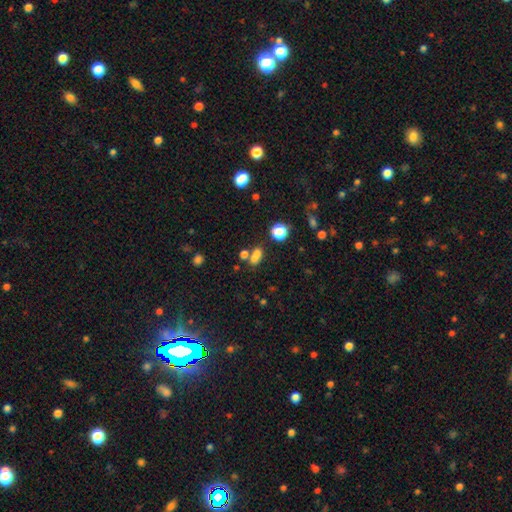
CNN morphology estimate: smooth_or_featured: smooth (p=0.70) [alt: star or artifact p=0.21]
how_rounded: in between (p=0.66) [alt: round p=0.29]
merging: none (p=0.46) [alt: merger p=0.38]